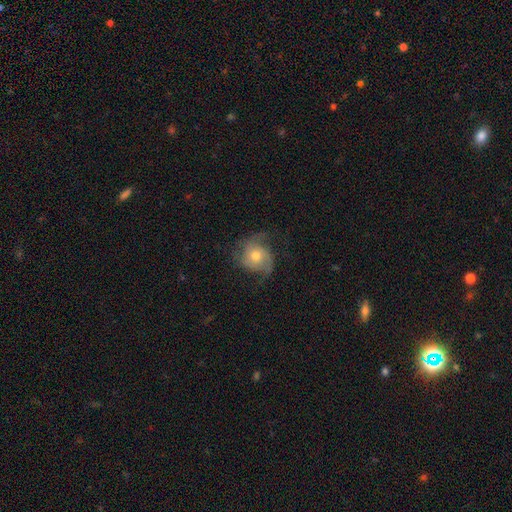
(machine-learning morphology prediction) Smooth or featured: featured or disk — 66% (smooth — 27%)
Edge-on disk: no — 97% (yes — 3%)
Bar: no — 78% (weak — 18%)
Spiral arms: yes — 91% (no — 9%)
Spiral winding: medium — 45% (loose — 28%)
Spiral arm count: 2 — 37% (3 — 35%)
Bulge size: moderate — 65% (small — 26%)
Merging: none — 59% (minor disturbance — 23%)